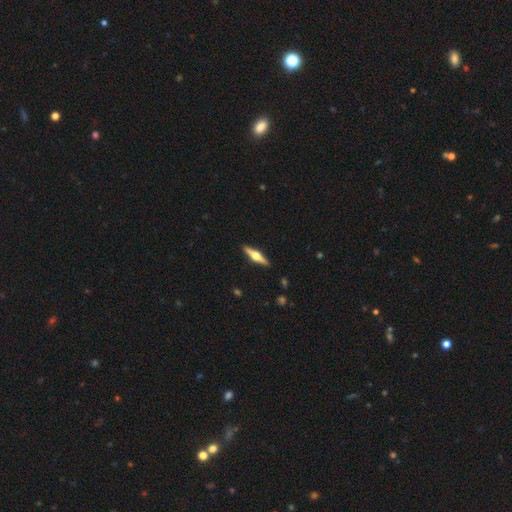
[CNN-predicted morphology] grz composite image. It shows a featured or disk galaxy (71%) viewed edge-on (97%) with a rounded central bulge (96%). Merging: none (92%).